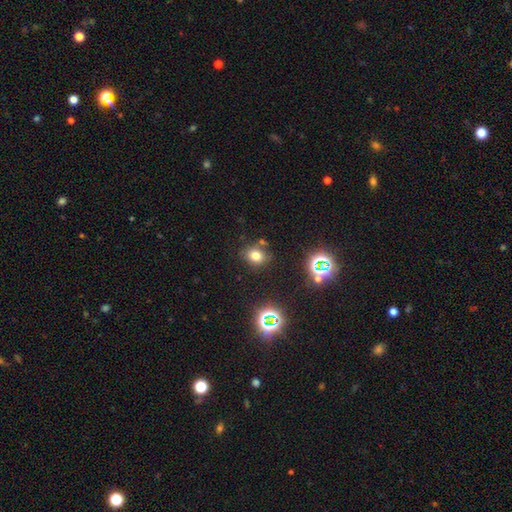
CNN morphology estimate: Q: Smooth or featured?
A: smooth (71%); runner-up: star or artifact (20%)
Q: How rounded?
A: round (55%); runner-up: in between (44%)
Q: Merging?
A: none (77%); runner-up: minor disturbance (13%)